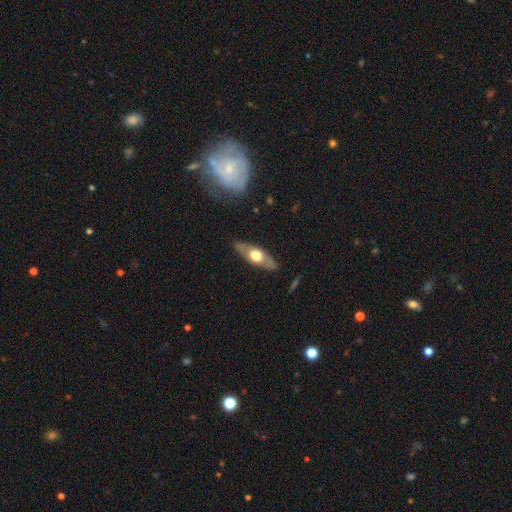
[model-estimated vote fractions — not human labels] A featured or disk galaxy (51%) viewed edge-on (59%). Merging: none (84%).